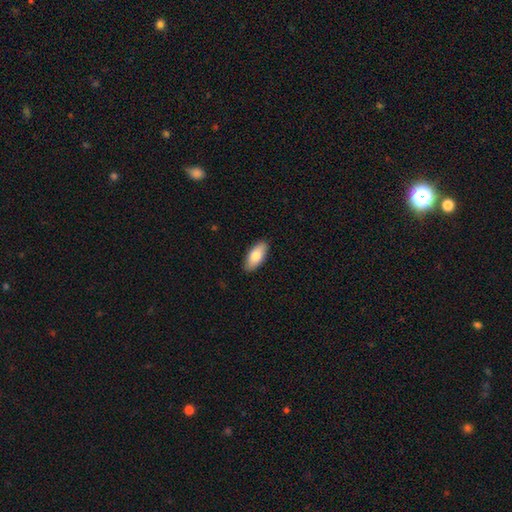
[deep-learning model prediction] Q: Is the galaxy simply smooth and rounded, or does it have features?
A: smooth — 80%.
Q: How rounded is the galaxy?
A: in between — 88%.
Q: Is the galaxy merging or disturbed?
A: none — 89%.